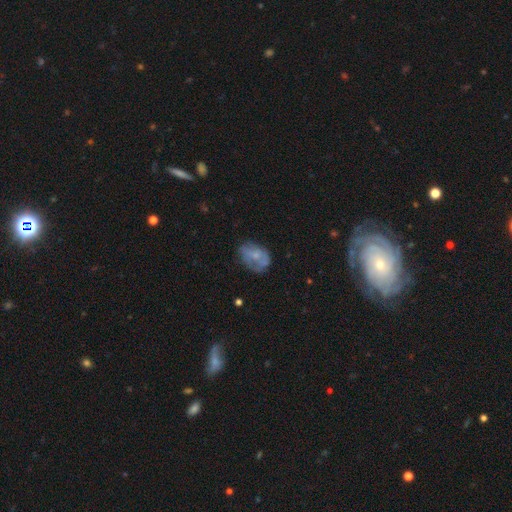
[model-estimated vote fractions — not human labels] Morphology: type=smooth (52%); roundness=in between (73%); merging=none (50%).